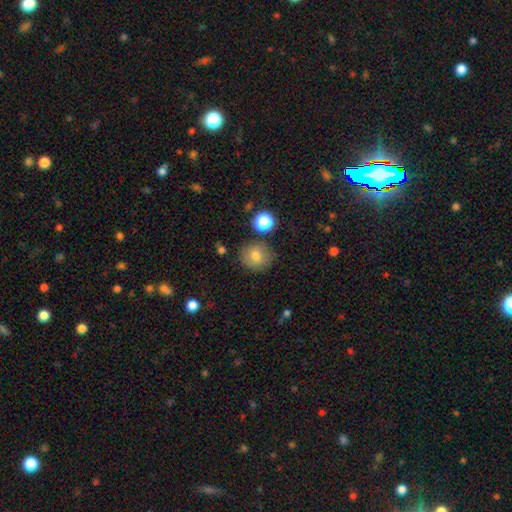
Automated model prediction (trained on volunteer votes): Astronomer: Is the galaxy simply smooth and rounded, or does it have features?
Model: smooth — 75%.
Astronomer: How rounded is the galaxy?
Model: round — 80%.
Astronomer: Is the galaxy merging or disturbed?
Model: none — 78%.